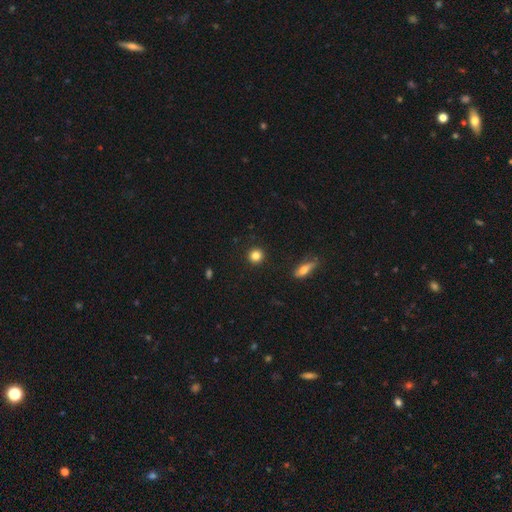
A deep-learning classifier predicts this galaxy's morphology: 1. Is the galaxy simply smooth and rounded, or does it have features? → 84% smooth, 11% star or artifact, 5% featured or disk.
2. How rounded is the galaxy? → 93% round, 6% in between, 1% cigar-shaped.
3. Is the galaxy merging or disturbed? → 92% none, 5% minor disturbance, 2% major disturbance, 1% merger.